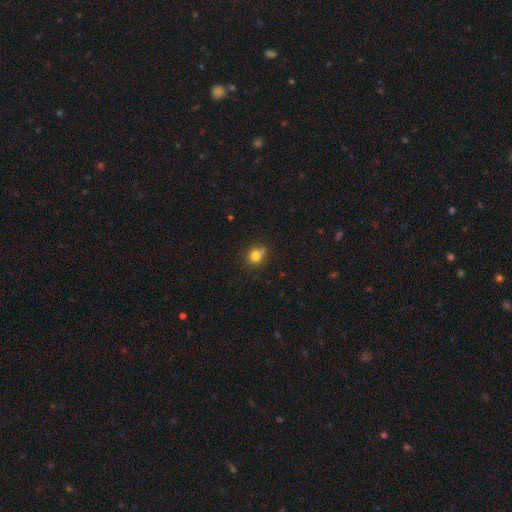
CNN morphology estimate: smooth-or-featured: smooth: 79% | star or artifact: 13% | featured or disk: 9%
  how-rounded: round: 81% | in between: 18% | cigar-shaped: 1%
  merging: none: 61% | minor disturbance: 18% | merger: 16% | major disturbance: 5%